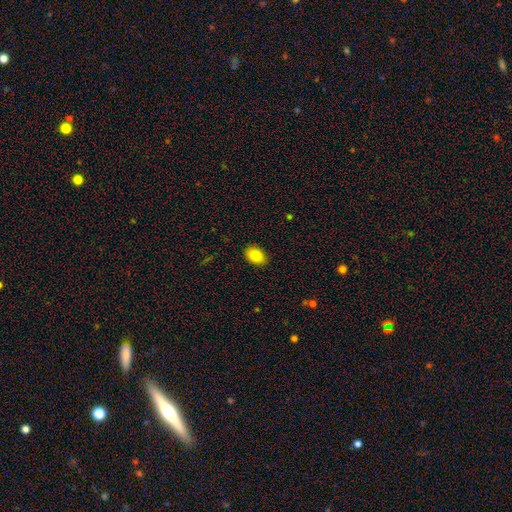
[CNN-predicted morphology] smooth-or-featured: smooth: 84% | star or artifact: 8% | featured or disk: 8%
  how-rounded: in between: 80% | round: 18% | cigar-shaped: 1%
  merging: none: 89% | minor disturbance: 8% | major disturbance: 2% | merger: 1%